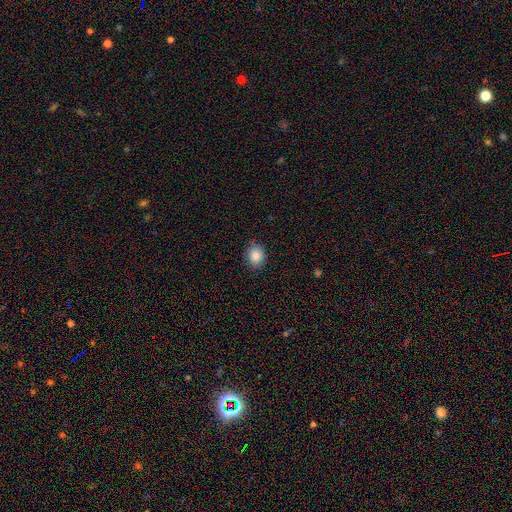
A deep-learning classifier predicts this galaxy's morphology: smooth_or_featured: smooth (p=0.86) [alt: star or artifact p=0.09]
how_rounded: round (p=0.66) [alt: in between p=0.33]
merging: none (p=0.84) [alt: minor disturbance p=0.12]